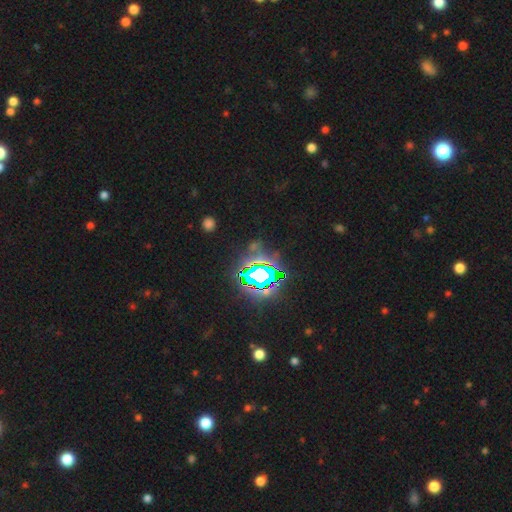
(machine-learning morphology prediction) star or artifact 83%, smooth 10%, featured or disk 7%.